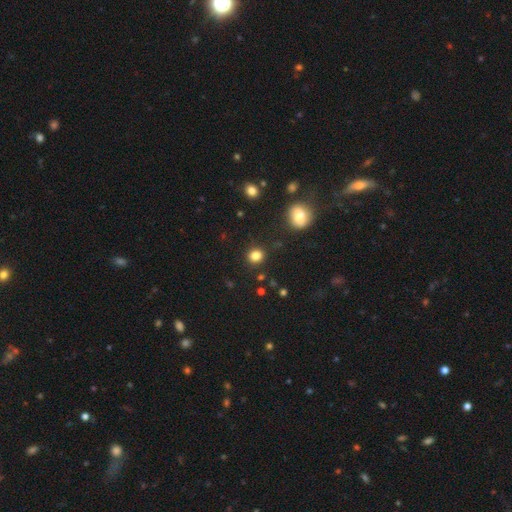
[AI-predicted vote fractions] Smooth or featured? Predicted: smooth (p=0.84). How rounded? Predicted: round (p=0.82). Merging? Predicted: none (p=0.87).